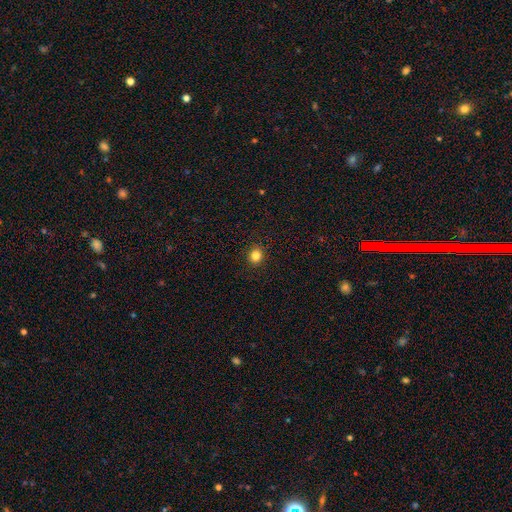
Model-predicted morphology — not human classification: Q: Smooth or featured?
A: smooth (84%); runner-up: star or artifact (12%)
Q: How rounded?
A: round (83%); runner-up: in between (16%)
Q: Merging?
A: none (92%); runner-up: minor disturbance (5%)